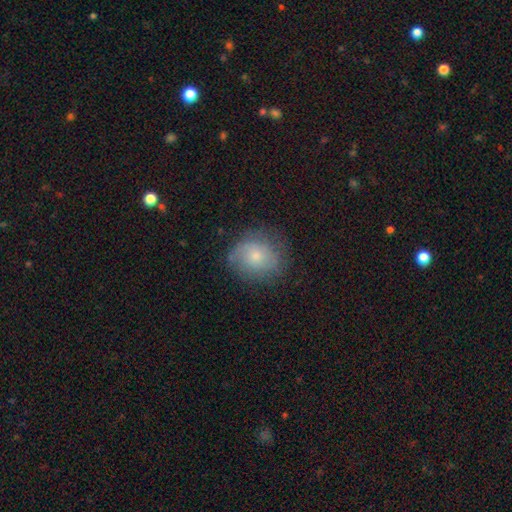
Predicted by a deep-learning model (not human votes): Smooth or featured? Predicted: smooth (p=0.60). How rounded? Predicted: round (p=0.75). Merging? Predicted: none (p=0.71).